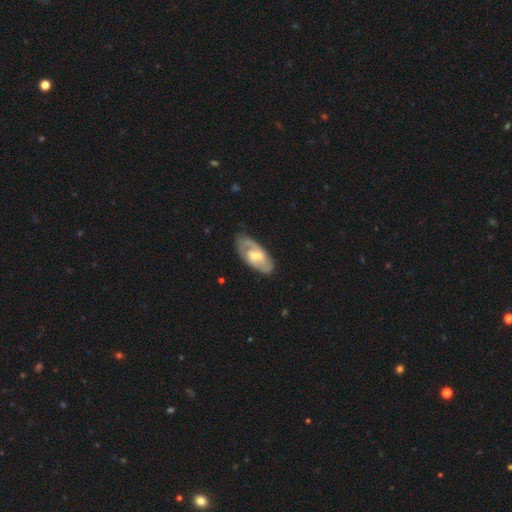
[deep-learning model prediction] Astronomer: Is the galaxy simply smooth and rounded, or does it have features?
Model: featured or disk — 71%.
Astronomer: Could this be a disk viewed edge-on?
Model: no — 93%.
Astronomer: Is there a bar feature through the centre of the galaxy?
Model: weak — 52% (runner-up: no, 27%).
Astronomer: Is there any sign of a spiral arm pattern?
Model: yes — 83%.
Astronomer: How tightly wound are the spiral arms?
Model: medium — 46% (runner-up: tight, 37%).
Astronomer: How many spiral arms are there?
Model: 2 — 72%.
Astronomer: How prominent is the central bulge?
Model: moderate — 53% (runner-up: small, 34%).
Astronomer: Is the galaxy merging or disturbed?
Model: none — 75%.